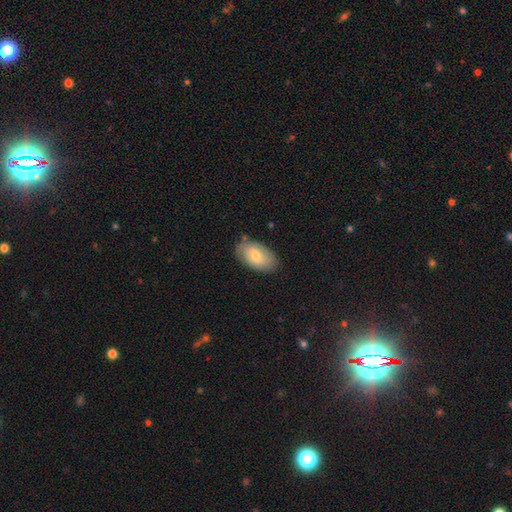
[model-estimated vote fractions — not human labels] Smooth or featured? smooth (71%)
How rounded? in between (94%)
Merging? none (80%)